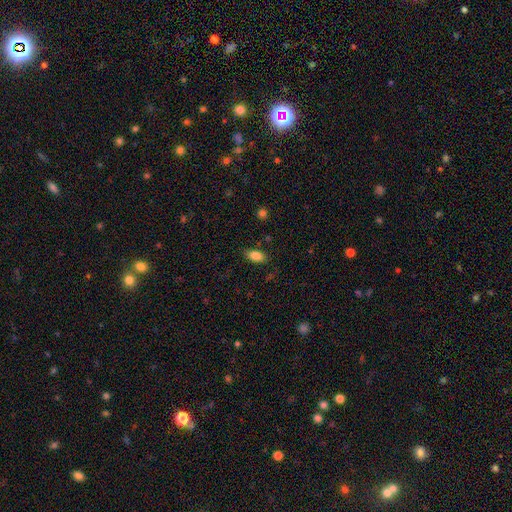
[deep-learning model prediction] The model was most divided on "merging": none: 83%, minor disturbance: 12%, major disturbance: 3%, merger: 1%. More confident: how rounded — in between (89%); smooth or featured — smooth (85%).